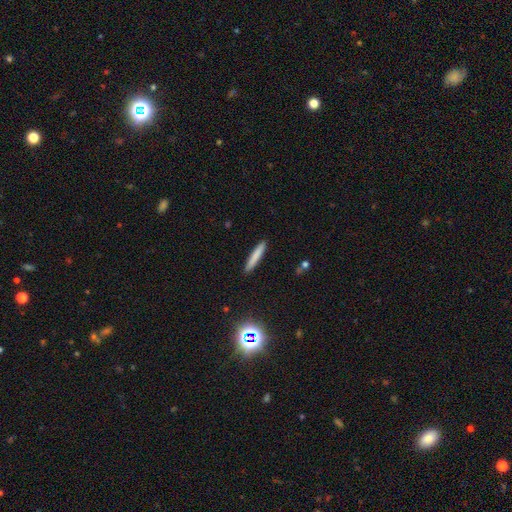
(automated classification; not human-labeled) smooth-or-featured: smooth: 78% | featured or disk: 15% | star or artifact: 7%
  how-rounded: cigar-shaped: 94% | in between: 5% | round: 1%
  merging: none: 91% | minor disturbance: 6% | major disturbance: 1% | merger: 1%